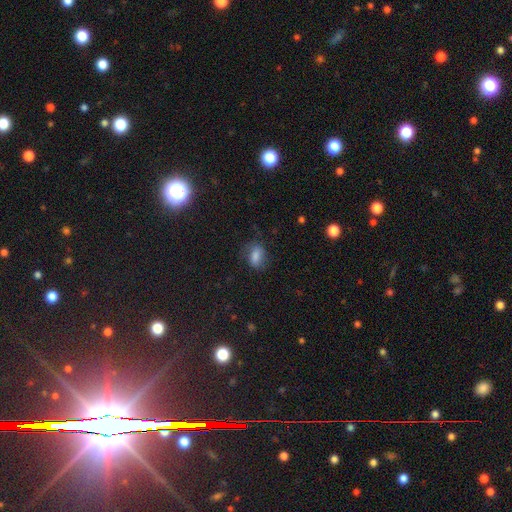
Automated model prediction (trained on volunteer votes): A smooth galaxy with no disk features (77%) that is in between round and cigar-shaped (81%). Merging: none (64%).